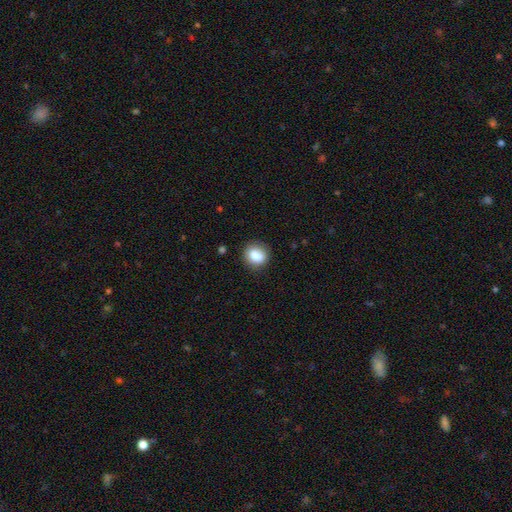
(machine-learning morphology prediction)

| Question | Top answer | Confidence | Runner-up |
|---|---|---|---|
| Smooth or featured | smooth | 83% | star or artifact (8%) |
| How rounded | round | 64% | in between (35%) |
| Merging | none | 84% | minor disturbance (11%) |